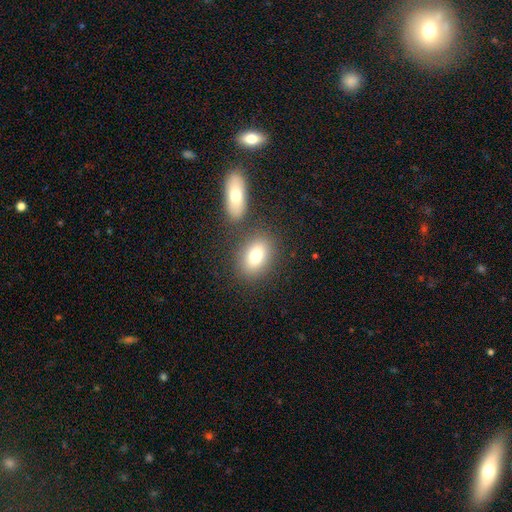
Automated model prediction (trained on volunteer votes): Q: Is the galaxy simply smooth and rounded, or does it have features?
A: smooth — 77%.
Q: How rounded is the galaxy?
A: in between — 72%.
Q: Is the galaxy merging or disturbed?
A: none — 73%.